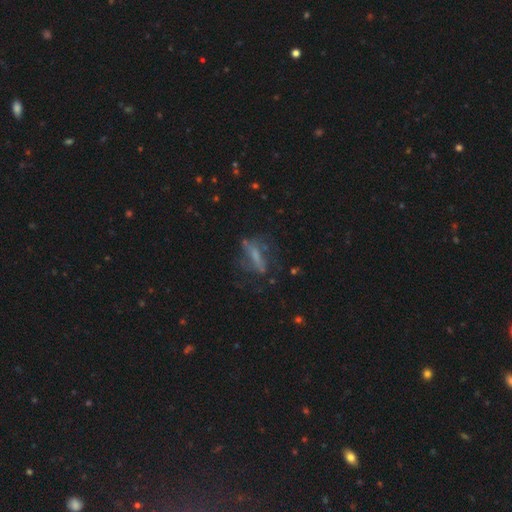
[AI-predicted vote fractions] A featured or disk galaxy (52%).

Vote fractions:
- Smooth or featured? featured or disk: 52% / smooth: 35% / star or artifact: 13%
- Edge-on disk? no: 73% / yes: 27%
- Merging? none: 50% / major disturbance: 26% / minor disturbance: 21% / merger: 3%